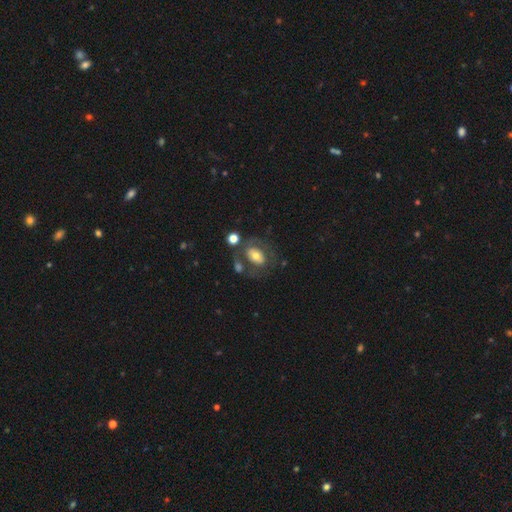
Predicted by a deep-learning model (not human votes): Smooth or featured: smooth — 50% (featured or disk — 42%)
Merging: none — 51% (major disturbance — 17%)